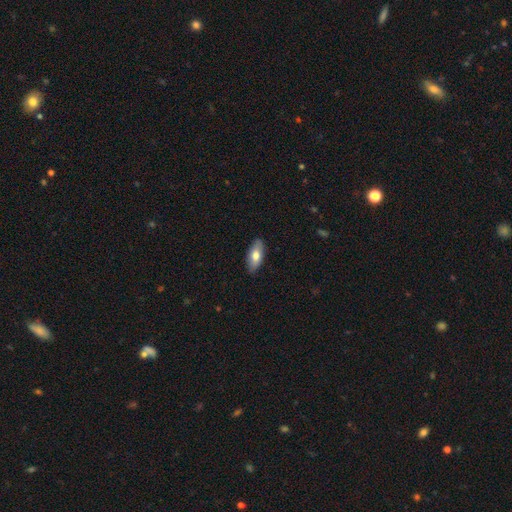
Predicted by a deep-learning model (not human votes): Morphology: type=smooth (73%); roundness=in between (87%); merging=none (87%).